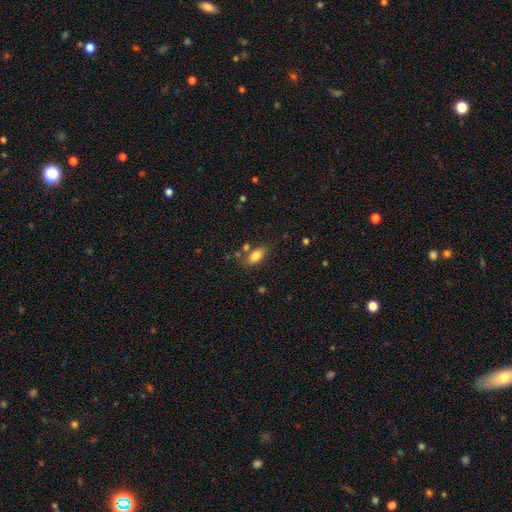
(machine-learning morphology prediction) Smooth or featured? Predicted: smooth (p=0.78). How rounded? Predicted: in between (p=0.85). Merging? Predicted: none (p=0.67).